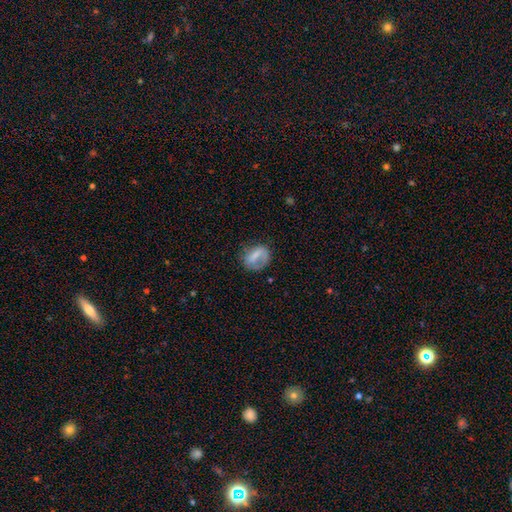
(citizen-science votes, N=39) Overall: smooth (77%). How rounded: in between (50%; round 47%). Merging: none (58%; minor disturbance 32%).